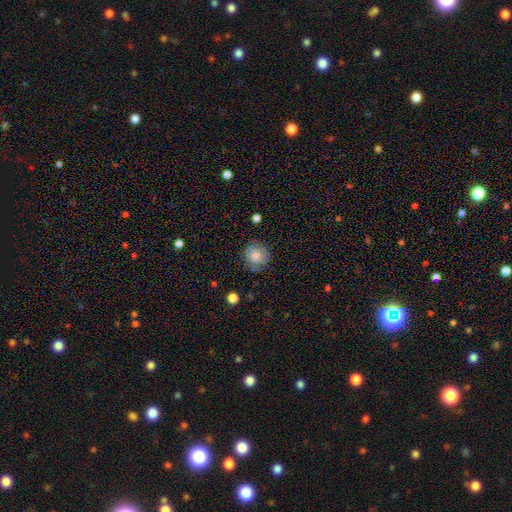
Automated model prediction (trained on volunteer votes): Smooth or featured: smooth — 74% (featured or disk — 17%)
How rounded: round — 87% (in between — 12%)
Merging: none — 76% (minor disturbance — 18%)